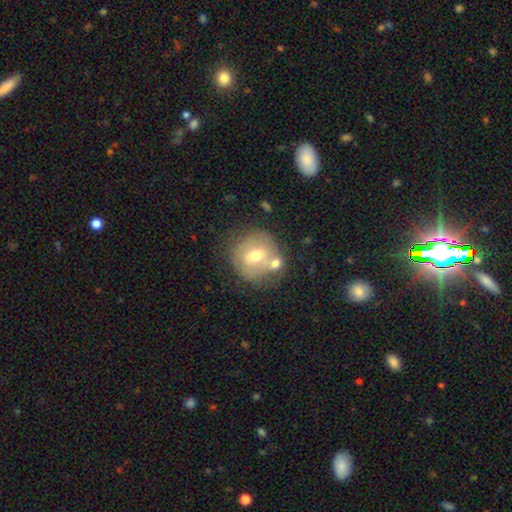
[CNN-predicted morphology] A smooth galaxy with no disk features (55%) that is round (87%). Merging: none (60%).